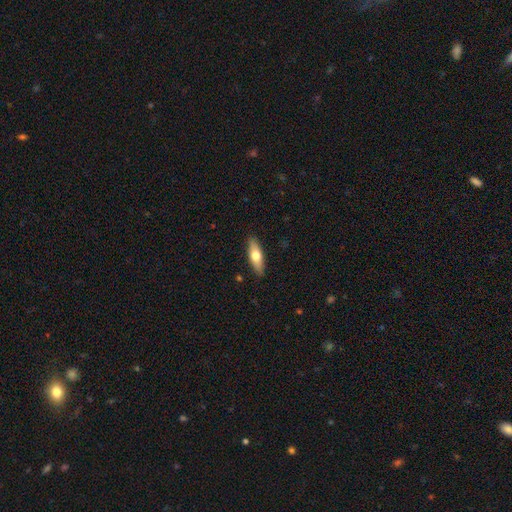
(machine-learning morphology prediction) smooth_or_featured: smooth (p=0.61) [alt: featured or disk p=0.33]
how_rounded: in between (p=0.55) [alt: cigar-shaped p=0.42]
merging: none (p=0.89) [alt: minor disturbance p=0.08]